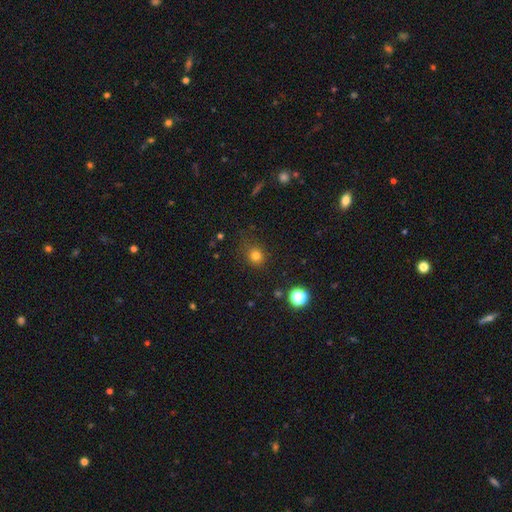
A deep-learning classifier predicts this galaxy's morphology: smooth 77%, star or artifact 17%, featured or disk 6%. Down the decision tree: how rounded — round (86%); merging — none (80%).